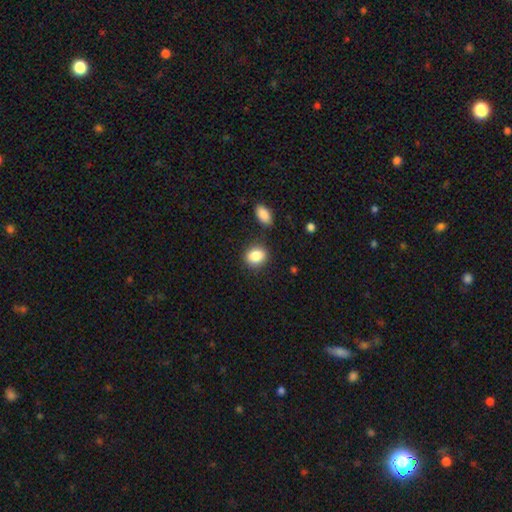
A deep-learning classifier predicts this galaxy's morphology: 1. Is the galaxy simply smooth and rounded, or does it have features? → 87% smooth, 8% star or artifact, 5% featured or disk.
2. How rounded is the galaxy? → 61% round, 38% in between, 1% cigar-shaped.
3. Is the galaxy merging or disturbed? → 83% none, 10% minor disturbance, 4% merger, 3% major disturbance.